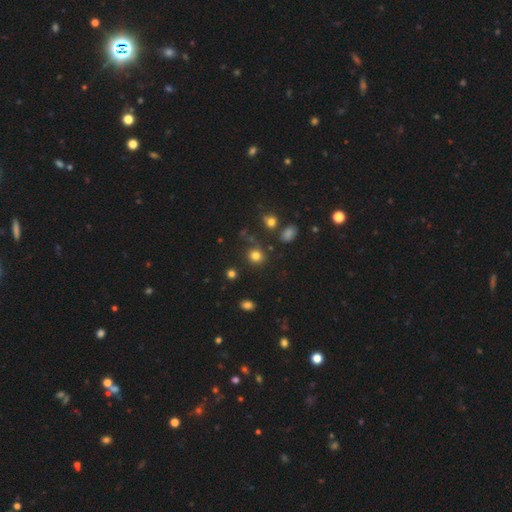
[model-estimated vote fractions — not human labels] Smooth or featured? Predicted: smooth (p=0.78). How rounded? Predicted: round (p=0.85). Merging? Predicted: none (p=0.79).